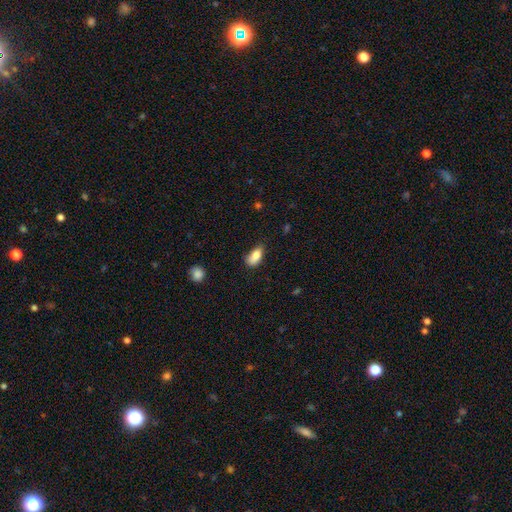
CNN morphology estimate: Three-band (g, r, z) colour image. It shows a smooth galaxy with no disk features (83%) that is in between round and cigar-shaped (89%). Merging: none (55%).